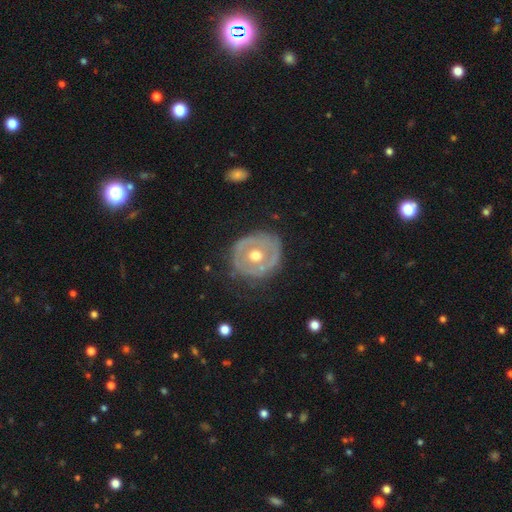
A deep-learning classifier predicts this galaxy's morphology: type=featured or disk (67%); edge-on=no (95%); bar=no (82%); spiral arms=no (69%); bulge=moderate (81%); merging=none (73%).